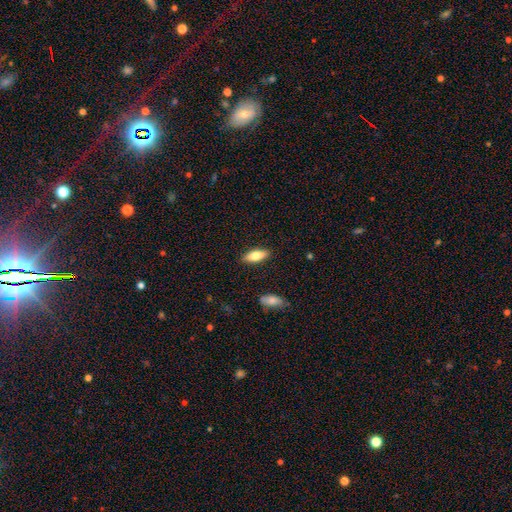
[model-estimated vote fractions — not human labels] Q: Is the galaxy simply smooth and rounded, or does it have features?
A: smooth — 70%.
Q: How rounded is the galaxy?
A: in between — 73%.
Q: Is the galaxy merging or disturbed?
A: none — 88%.